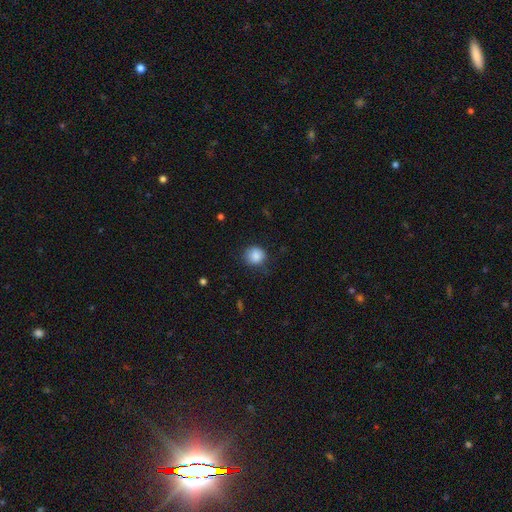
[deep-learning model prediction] Smooth or featured? smooth (86%)
How rounded? round (84%)
Merging? none (74%)